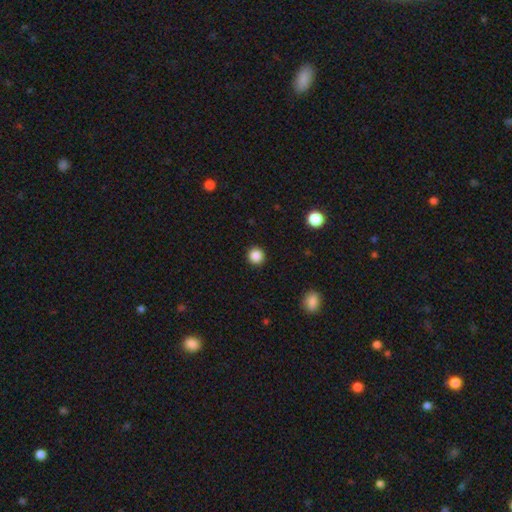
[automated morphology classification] smooth 87%, star or artifact 11%, featured or disk 3%. Down the decision tree: how rounded — round (94%); merging — none (93%).